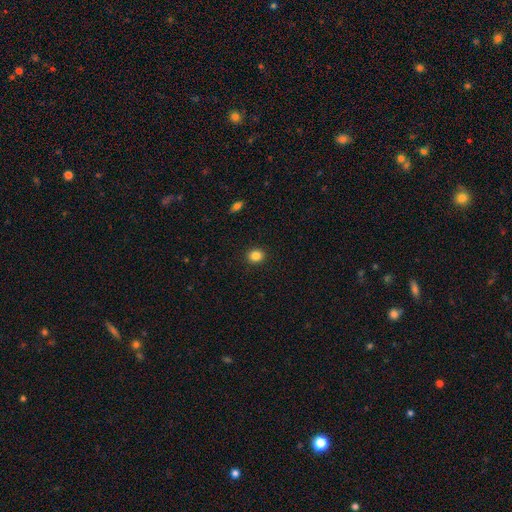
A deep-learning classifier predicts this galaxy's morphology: Smooth or featured? Predicted: smooth (p=0.85). How rounded? Predicted: round (p=0.74). Merging? Predicted: none (p=0.92).